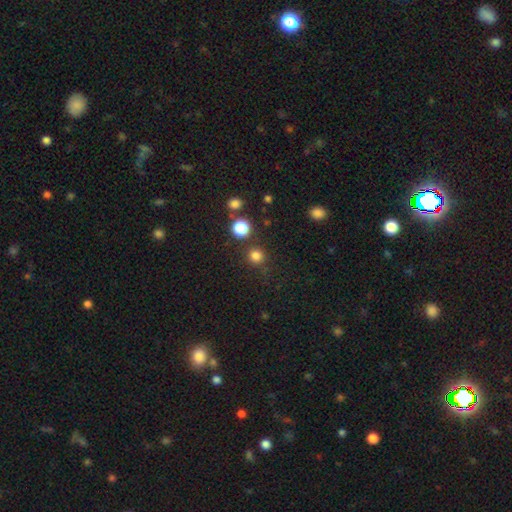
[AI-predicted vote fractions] A smooth galaxy with no disk features (81%) that is round (93%). Merging: none (83%).